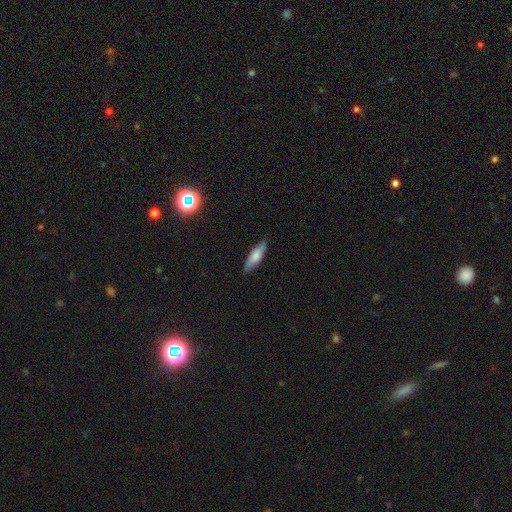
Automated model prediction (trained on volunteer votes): This appears to be a smooth galaxy with no disk features (68%) that is cigar-shaped (58%). Merging: none (84%).